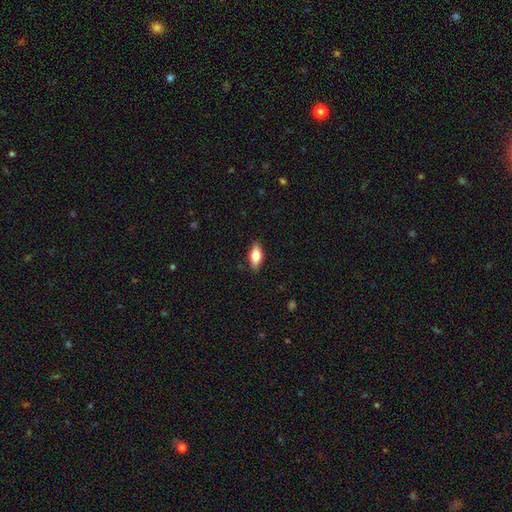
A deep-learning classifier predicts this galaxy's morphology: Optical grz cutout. It shows a smooth galaxy with no disk features (74%) that is in between round and cigar-shaped (83%). Merging: none (87%).